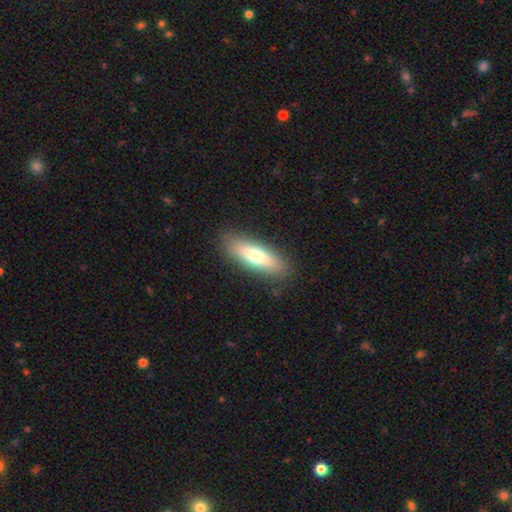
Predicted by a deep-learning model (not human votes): Smooth or featured? smooth (70%)
How rounded? cigar-shaped (51%)
Merging? none (88%)